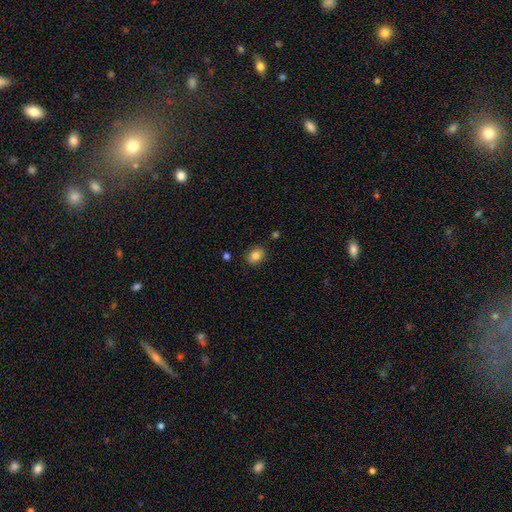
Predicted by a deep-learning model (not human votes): Smooth or featured? Predicted: smooth (p=0.83). How rounded? Predicted: round (p=0.54). Merging? Predicted: none (p=0.85).